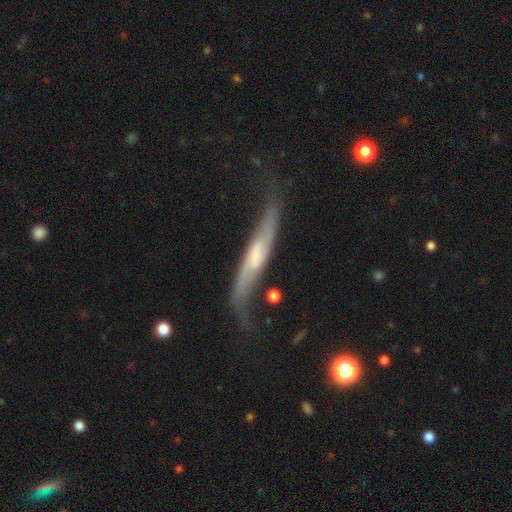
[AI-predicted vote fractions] smooth_or_featured: featured or disk (p=0.71) [alt: smooth p=0.23]
disk_edge_on: yes (p=0.51) [alt: no p=0.49]
merging: none (p=0.55) [alt: minor disturbance p=0.26]